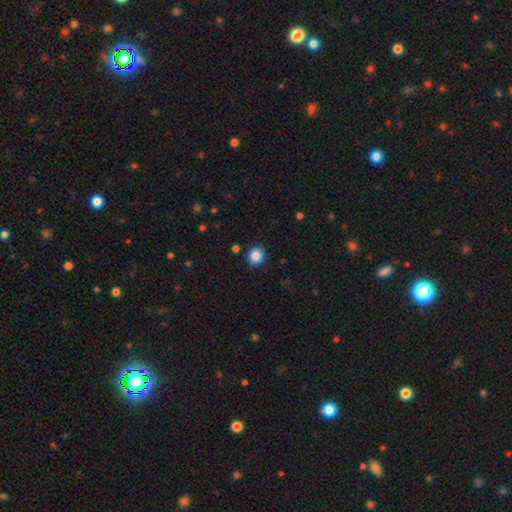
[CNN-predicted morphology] Smooth or featured? smooth (86%)
How rounded? round (82%)
Merging? none (90%)